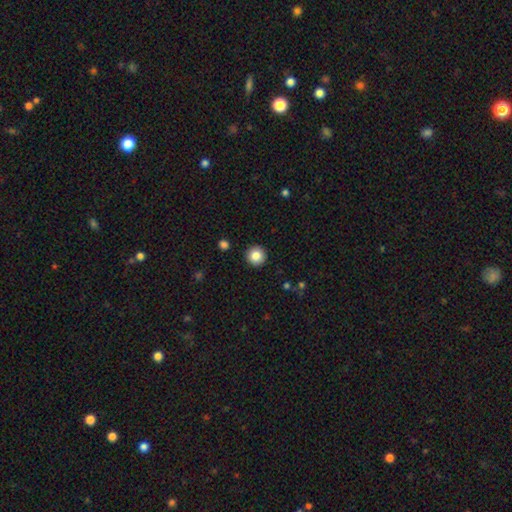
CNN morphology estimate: Smooth or featured? smooth (85%)
How rounded? round (96%)
Merging? none (93%)